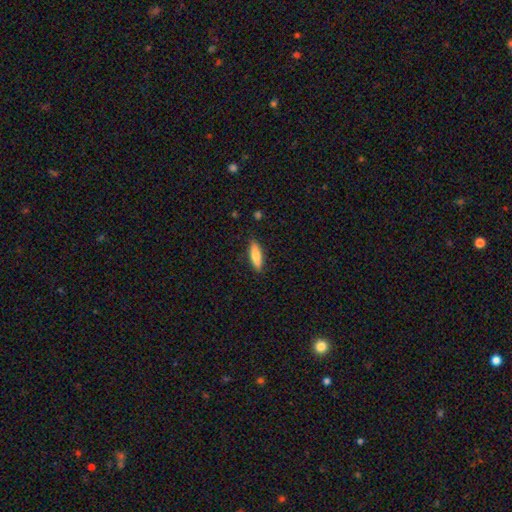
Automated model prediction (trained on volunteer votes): Smooth or featured? smooth (79%)
How rounded? cigar-shaped (58%)
Merging? none (88%)